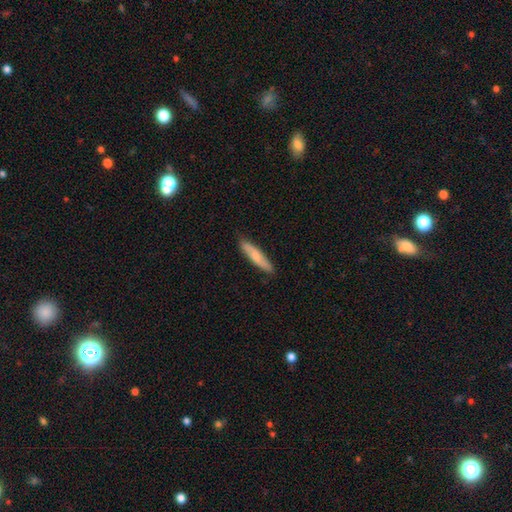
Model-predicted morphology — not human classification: This is likely a smooth galaxy (69%). How rounded: clearly cigar-shaped (85%). Merging: clearly none (87%).